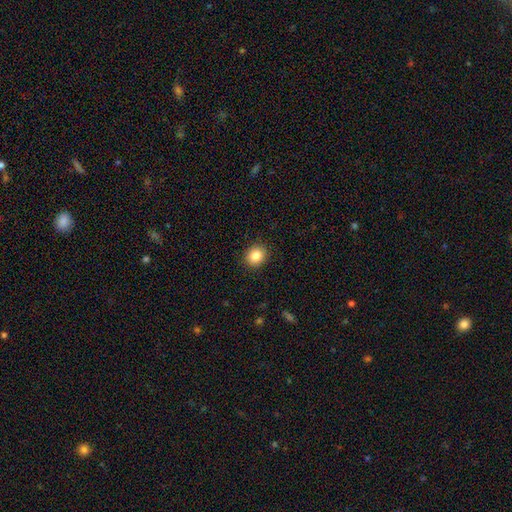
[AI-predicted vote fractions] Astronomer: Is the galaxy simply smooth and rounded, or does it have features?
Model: smooth — 85%.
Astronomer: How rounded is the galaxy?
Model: round — 72%.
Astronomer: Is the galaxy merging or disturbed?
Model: none — 91%.